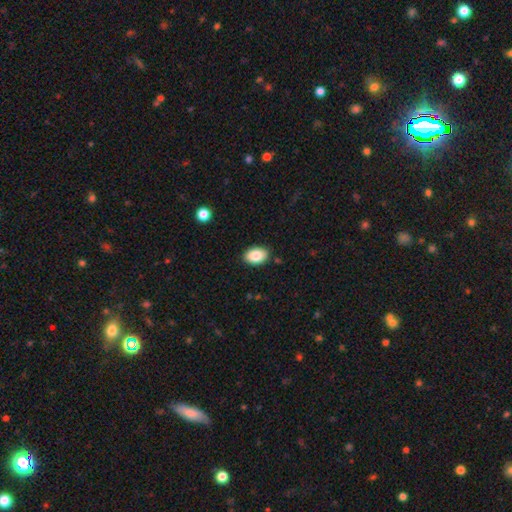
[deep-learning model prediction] Q: Smooth or featured?
A: smooth (86%); runner-up: star or artifact (7%)
Q: How rounded?
A: in between (87%); runner-up: round (12%)
Q: Merging?
A: none (88%); runner-up: minor disturbance (9%)